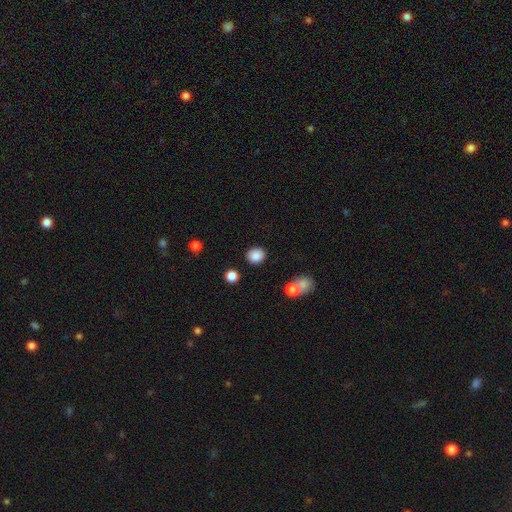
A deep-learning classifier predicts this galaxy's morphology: Q: Smooth or featured?
A: smooth (86%); runner-up: star or artifact (10%)
Q: How rounded?
A: round (72%); runner-up: in between (27%)
Q: Merging?
A: none (86%); runner-up: minor disturbance (8%)